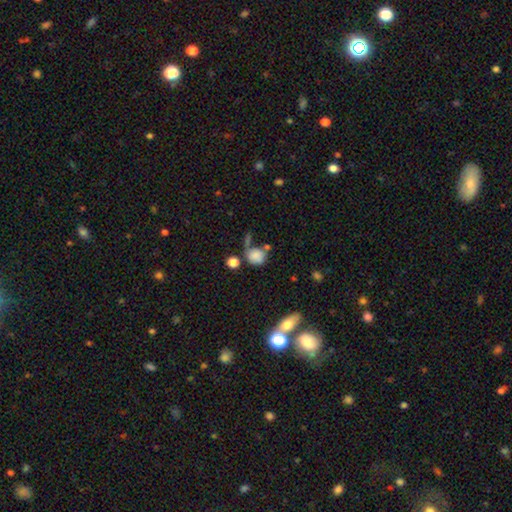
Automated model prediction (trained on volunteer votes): A smooth galaxy with no disk features (80%) that is round (74%). Merging: none (44%).